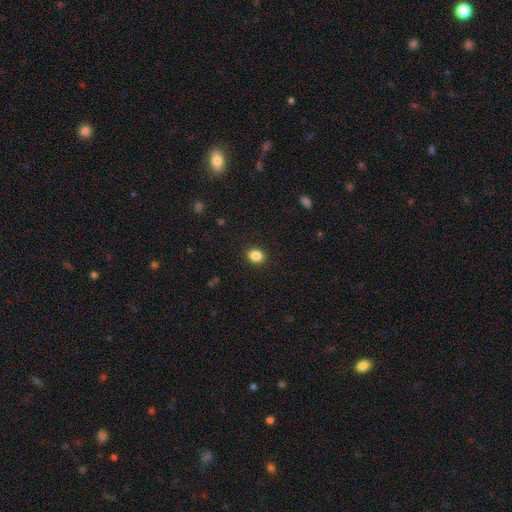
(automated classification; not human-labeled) Smooth or featured: smooth — 85% (star or artifact — 10%)
How rounded: round — 54% (in between — 45%)
Merging: none — 90% (minor disturbance — 7%)